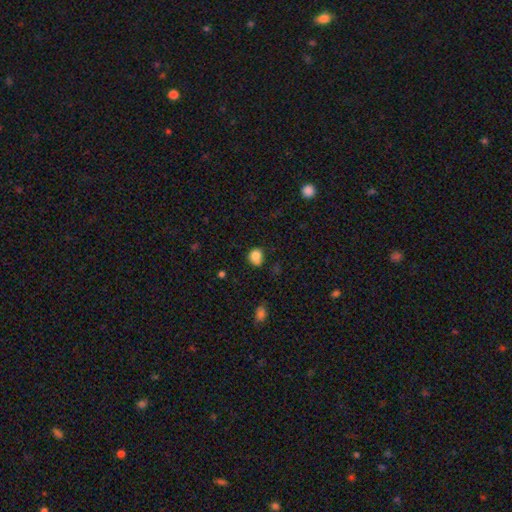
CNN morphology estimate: Smooth or featured: smooth — 84% (star or artifact — 10%)
How rounded: round — 69% (in between — 30%)
Merging: none — 64% (minor disturbance — 26%)